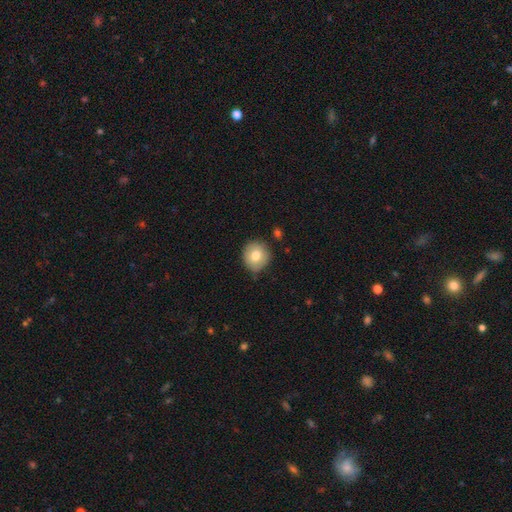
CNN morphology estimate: smooth-or-featured: smooth: 76% | featured or disk: 16% | star or artifact: 9%
  how-rounded: round: 91% | in between: 8% | cigar-shaped: 1%
  merging: none: 81% | minor disturbance: 14% | major disturbance: 3% | merger: 2%